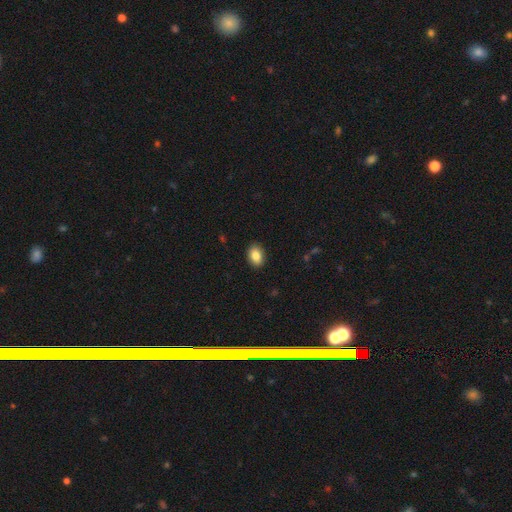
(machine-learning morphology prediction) Smooth or featured? smooth (86%)
How rounded? in between (79%)
Merging? none (90%)